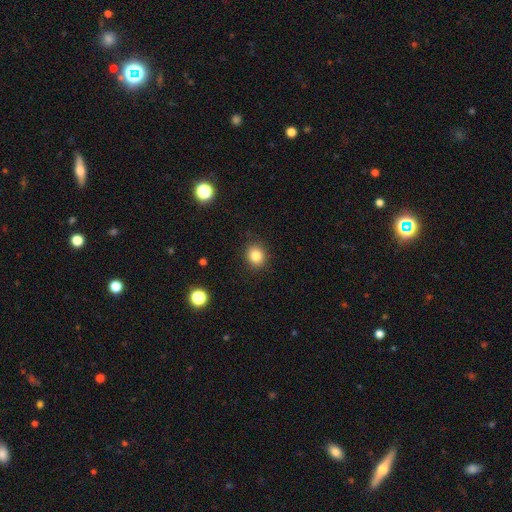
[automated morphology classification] smooth_or_featured: smooth (p=0.83) [alt: star or artifact p=0.11]
how_rounded: round (p=0.77) [alt: in between p=0.22]
merging: none (p=0.90) [alt: minor disturbance p=0.07]